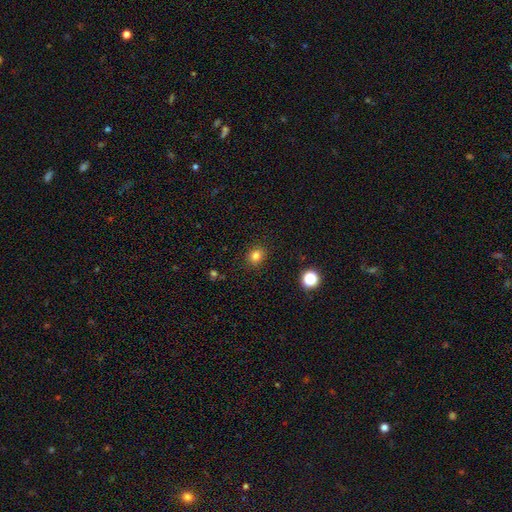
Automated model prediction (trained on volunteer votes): smooth-or-featured: smooth: 81% | star or artifact: 13% | featured or disk: 6%
  how-rounded: round: 73% | in between: 26% | cigar-shaped: 1%
  merging: none: 89% | minor disturbance: 7% | major disturbance: 2% | merger: 1%